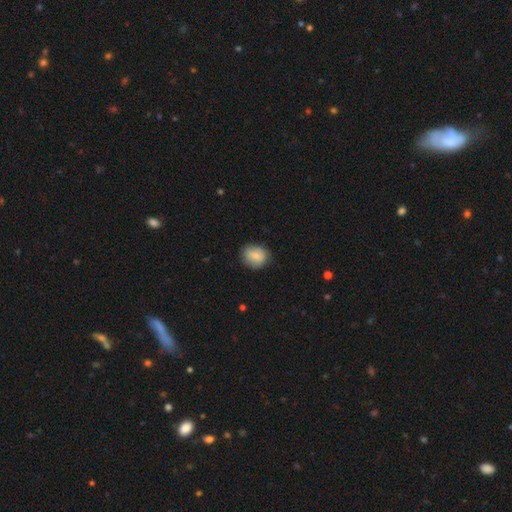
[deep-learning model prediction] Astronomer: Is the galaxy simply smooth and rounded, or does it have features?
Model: smooth — 81%.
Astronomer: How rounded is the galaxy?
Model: round — 62% (runner-up: in between, 37%).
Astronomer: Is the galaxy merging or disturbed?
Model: none — 80%.